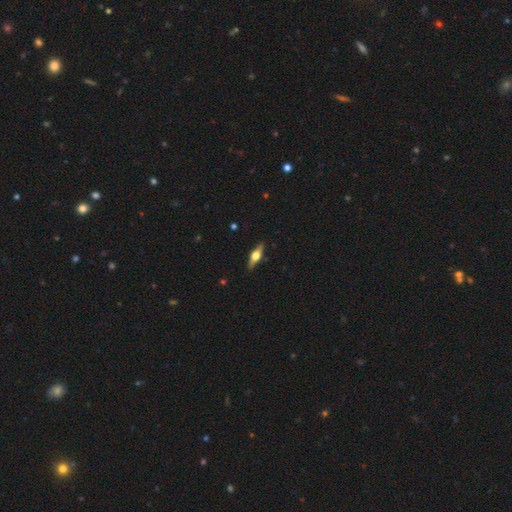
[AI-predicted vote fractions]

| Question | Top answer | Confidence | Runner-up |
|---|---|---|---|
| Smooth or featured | featured or disk | 69% | smooth (25%) |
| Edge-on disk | yes | 96% | no (4%) |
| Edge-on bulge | rounded | 94% | boxy (4%) |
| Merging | none | 89% | minor disturbance (8%) |